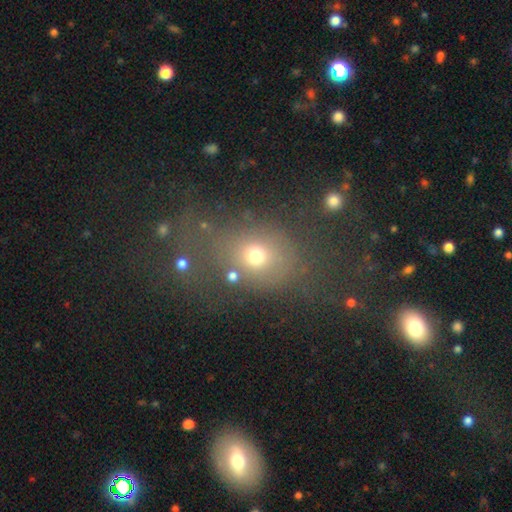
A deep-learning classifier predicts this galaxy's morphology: The model was most divided on "how rounded": round: 51%, in between: 47%, cigar-shaped: 2%. More confident: smooth or featured — smooth (66%); merging — none (55%).